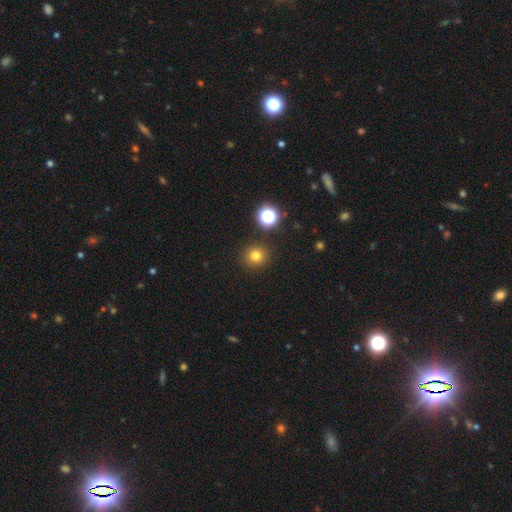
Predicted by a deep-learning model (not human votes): smooth-or-featured: smooth: 77% | star or artifact: 17% | featured or disk: 6%
  how-rounded: round: 93% | in between: 6% | cigar-shaped: 1%
  merging: none: 90% | minor disturbance: 6% | merger: 2% | major disturbance: 2%